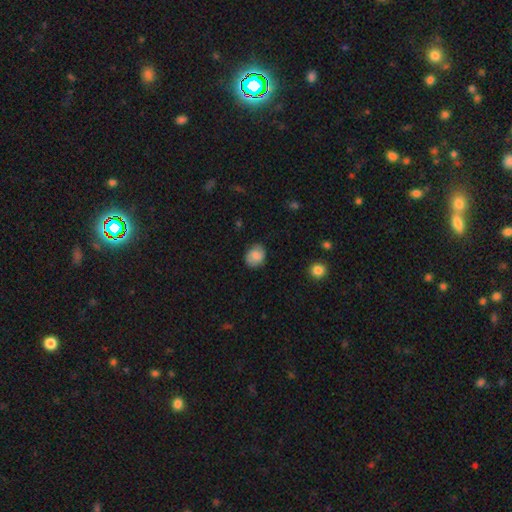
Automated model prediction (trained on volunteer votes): Smooth or featured: smooth — 75% (featured or disk — 17%)
How rounded: round — 57% (in between — 42%)
Merging: none — 81% (minor disturbance — 15%)